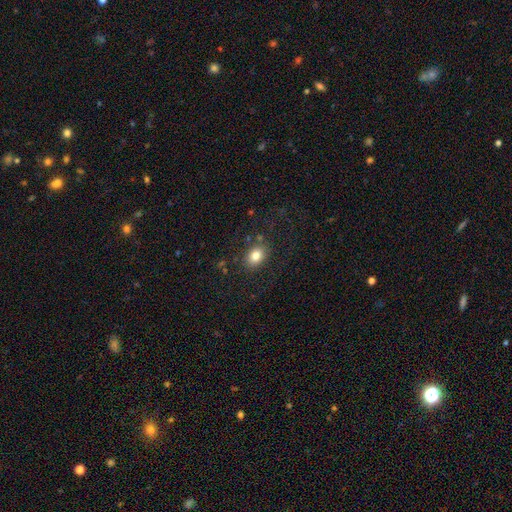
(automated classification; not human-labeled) A smooth galaxy with no disk features (82%) that is in between round and cigar-shaped (67%).

Vote fractions:
- Smooth or featured? smooth: 82% / star or artifact: 10% / featured or disk: 8%
- How rounded? in between: 67% / round: 32% / cigar-shaped: 1%
- Merging? none: 83% / minor disturbance: 11% / major disturbance: 4% / merger: 2%